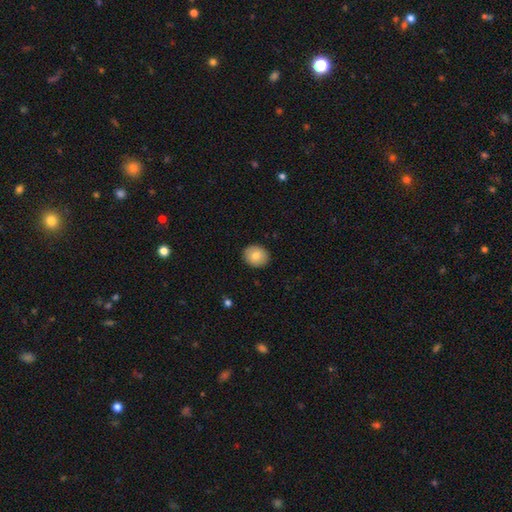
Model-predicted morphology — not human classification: type=smooth (80%); roundness=round (71%); merging=none (90%).